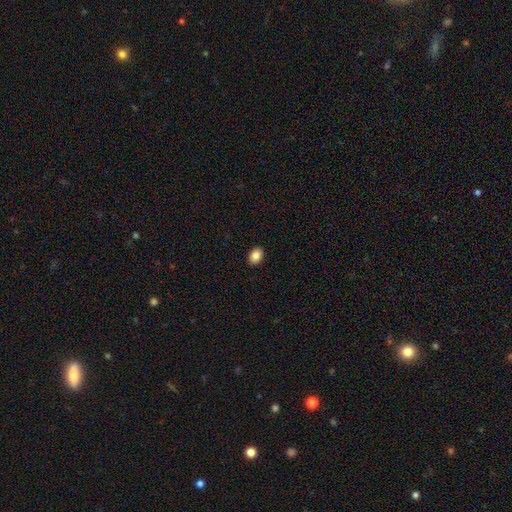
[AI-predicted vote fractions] Smooth or featured? Predicted: smooth (p=0.86). How rounded? Predicted: in between (p=0.74). Merging? Predicted: none (p=0.91).